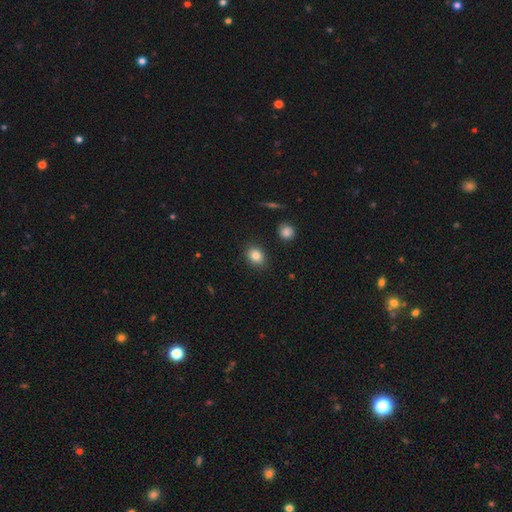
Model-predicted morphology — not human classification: smooth 83%, star or artifact 9%, featured or disk 7%. Down the decision tree: how rounded — in between (58%); merging — none (87%).